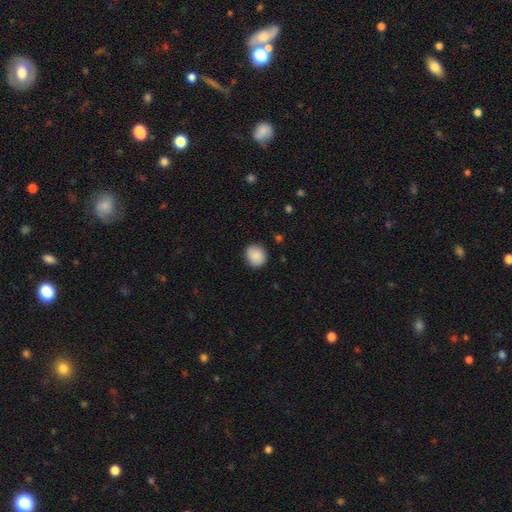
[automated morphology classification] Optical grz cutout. It shows a smooth galaxy with no disk features (88%) that is round (74%). Merging: none (87%).